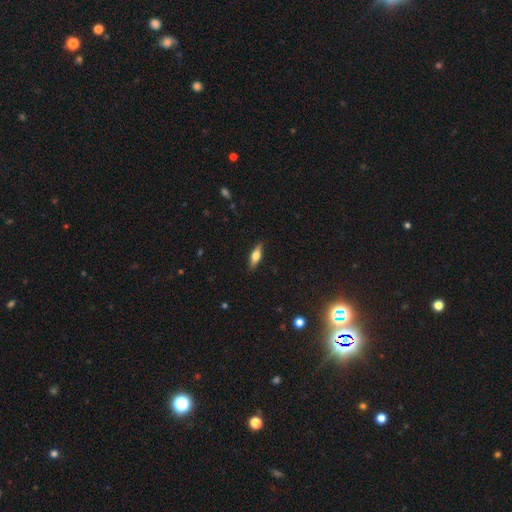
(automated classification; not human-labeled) smooth_or_featured: smooth (p=0.58) [alt: featured or disk p=0.35]
how_rounded: in between (p=0.54) [alt: cigar-shaped p=0.43]
merging: none (p=0.87) [alt: minor disturbance p=0.10]